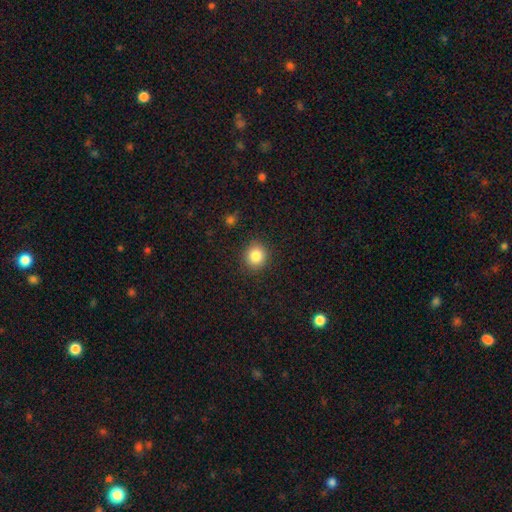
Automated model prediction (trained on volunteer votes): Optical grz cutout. It shows a smooth galaxy with no disk features (84%) that is round (85%). Merging: none (89%).